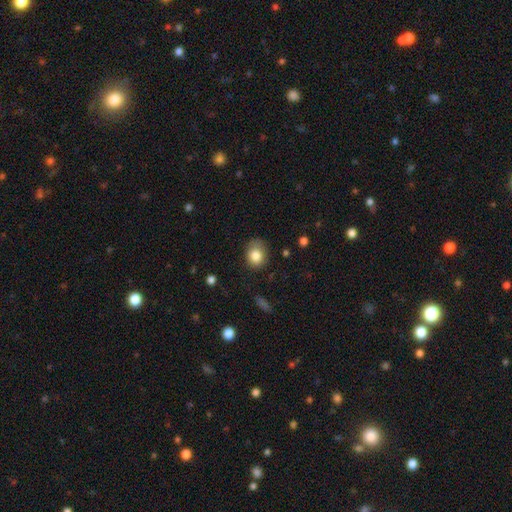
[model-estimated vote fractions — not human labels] Smooth or featured? Predicted: smooth (p=0.82). How rounded? Predicted: round (p=0.55). Merging? Predicted: none (p=0.66).